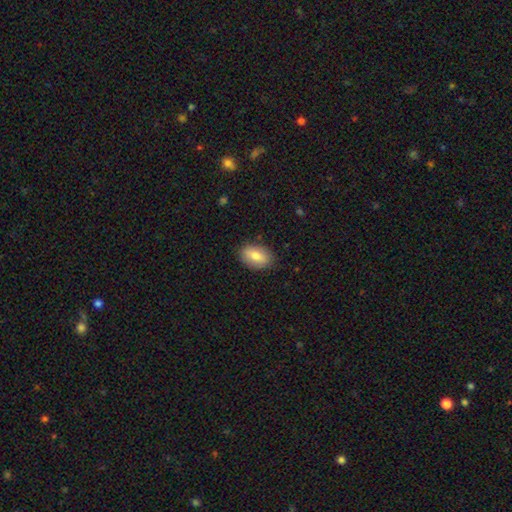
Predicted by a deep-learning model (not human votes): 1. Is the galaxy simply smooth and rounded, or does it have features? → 77% smooth, 16% featured or disk, 7% star or artifact.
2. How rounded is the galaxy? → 89% in between, 8% round, 3% cigar-shaped.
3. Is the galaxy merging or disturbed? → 84% none, 12% minor disturbance, 3% major disturbance, 1% merger.